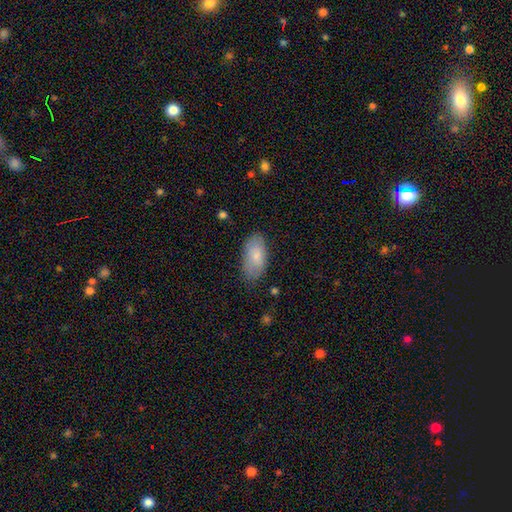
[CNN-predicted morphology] type=smooth (81%); roundness=in between (93%); merging=none (75%).